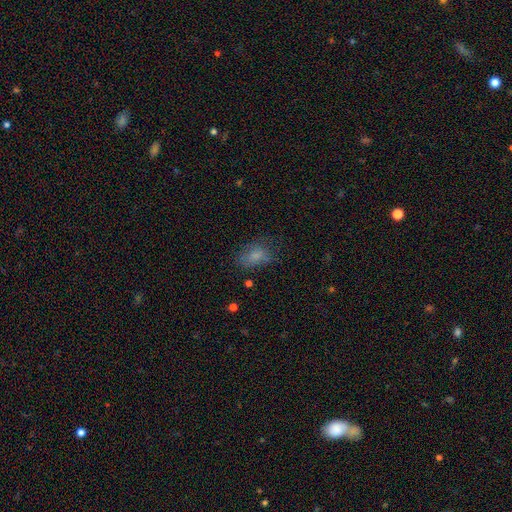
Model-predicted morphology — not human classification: Smooth or featured? smooth (74%)
How rounded? in between (81%)
Merging? none (59%)